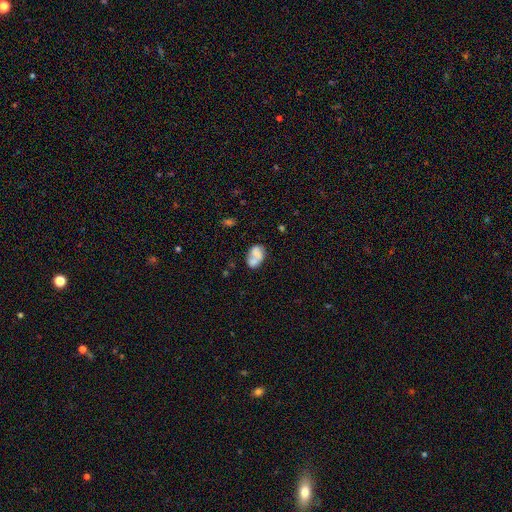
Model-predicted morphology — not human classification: type=smooth (61%); roundness=in between (80%); merging=merger (36%).